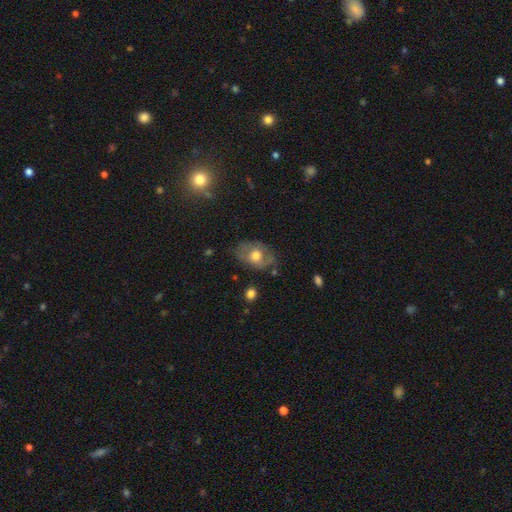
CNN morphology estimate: The model was most divided on "smooth or featured": smooth: 51%, featured or disk: 41%, star or artifact: 7%. More confident: how rounded — in between (75%); merging — none (68%).